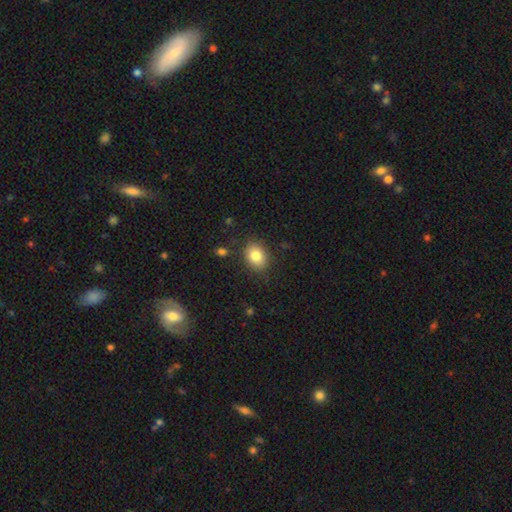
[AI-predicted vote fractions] Q: Smooth or featured?
A: smooth (83%); runner-up: star or artifact (9%)
Q: How rounded?
A: in between (63%); runner-up: round (36%)
Q: Merging?
A: none (83%); runner-up: minor disturbance (12%)